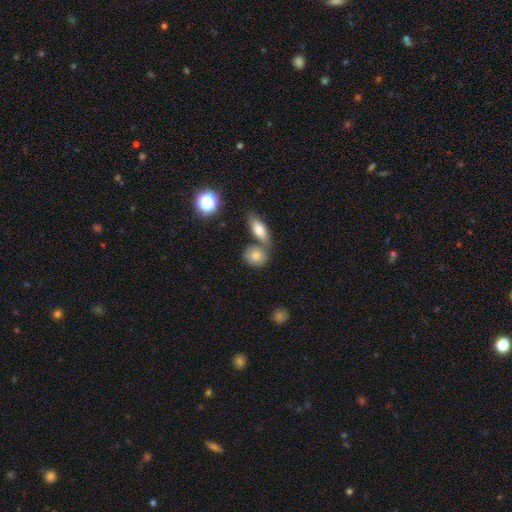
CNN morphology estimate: The model was most divided on "how rounded": round: 58%, in between: 38%, cigar-shaped: 3%. More confident: smooth or featured — smooth (79%); merging — none (56%).